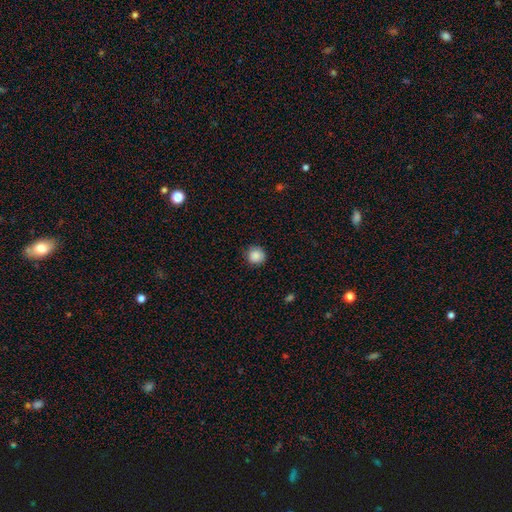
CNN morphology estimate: smooth_or_featured: smooth (p=0.87) [alt: star or artifact p=0.09]
how_rounded: round (p=0.92) [alt: in between p=0.07]
merging: none (p=0.87) [alt: minor disturbance p=0.09]